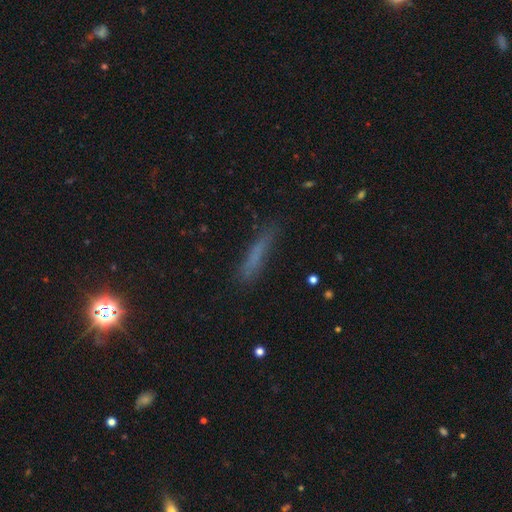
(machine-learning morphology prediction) Smooth or featured?
  - smooth: 67% *
  - featured or disk: 20%
  - star or artifact: 13%
How rounded?
  - cigar-shaped: 89% *
  - in between: 9%
  - round: 2%
Merging?
  - none: 73% *
  - minor disturbance: 19%
  - major disturbance: 6%
  - merger: 2%